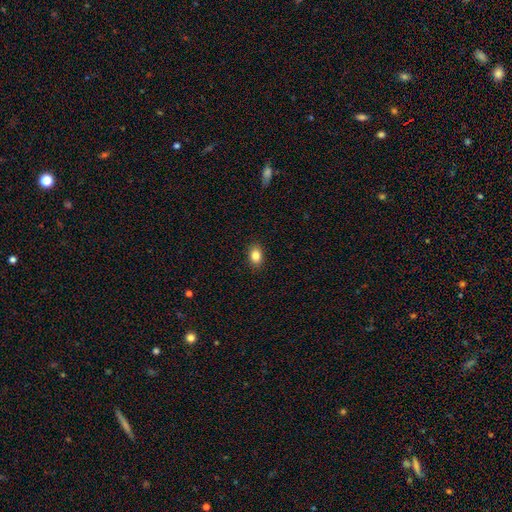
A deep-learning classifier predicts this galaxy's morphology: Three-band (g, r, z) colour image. It shows a smooth galaxy with no disk features (85%) that is in between round and cigar-shaped (76%). Merging: none (89%).